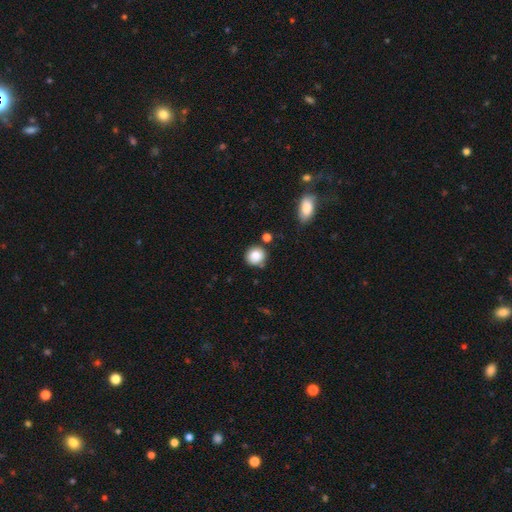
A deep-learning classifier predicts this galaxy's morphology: Overall: smooth (84%). How rounded: round (88%). Merging: none (78%).